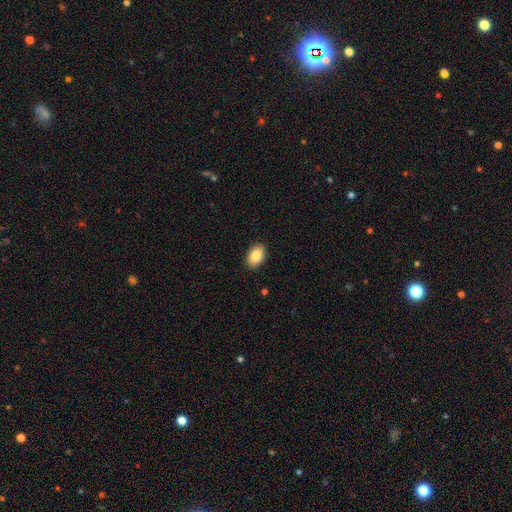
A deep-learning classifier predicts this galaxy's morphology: Overall: smooth (87%). How rounded: in between (91%). Merging: none (90%).